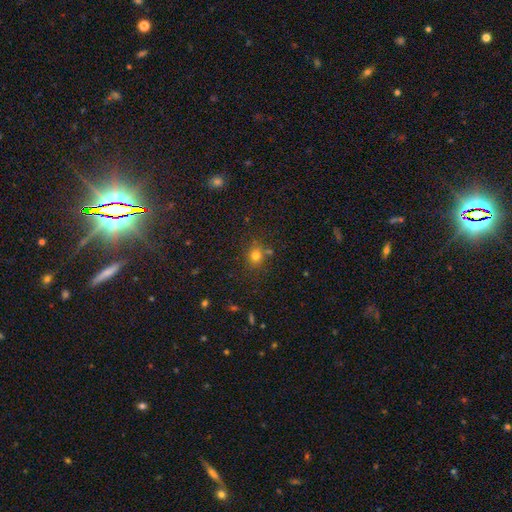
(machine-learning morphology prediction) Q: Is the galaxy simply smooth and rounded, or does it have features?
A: smooth — 76%.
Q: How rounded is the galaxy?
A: round — 76%.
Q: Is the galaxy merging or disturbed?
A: none — 75%.